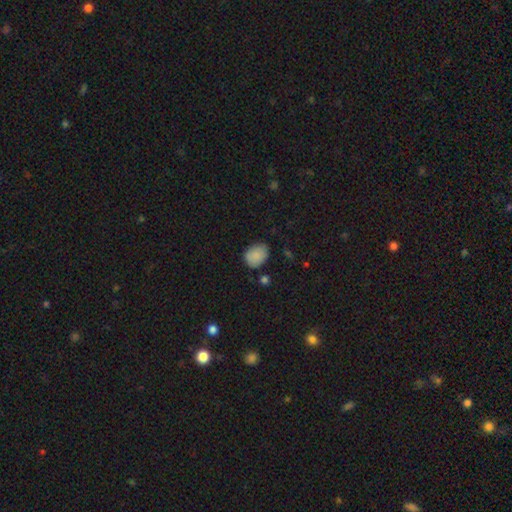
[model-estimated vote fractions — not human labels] Q: Smooth or featured?
A: smooth (85%); runner-up: star or artifact (8%)
Q: How rounded?
A: in between (62%); runner-up: round (37%)
Q: Merging?
A: none (71%); runner-up: minor disturbance (22%)